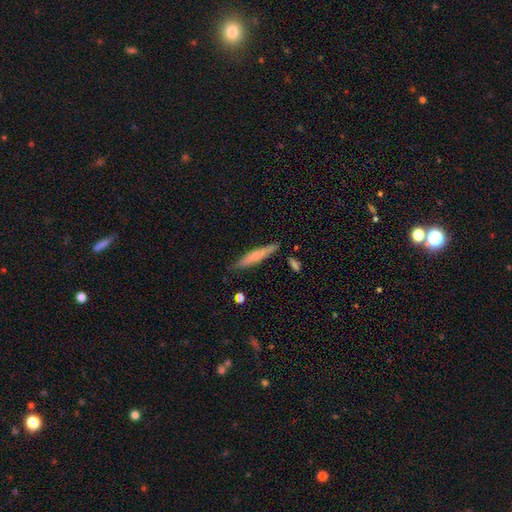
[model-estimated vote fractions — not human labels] Smooth or featured? featured or disk (48%)
Merging? none (84%)